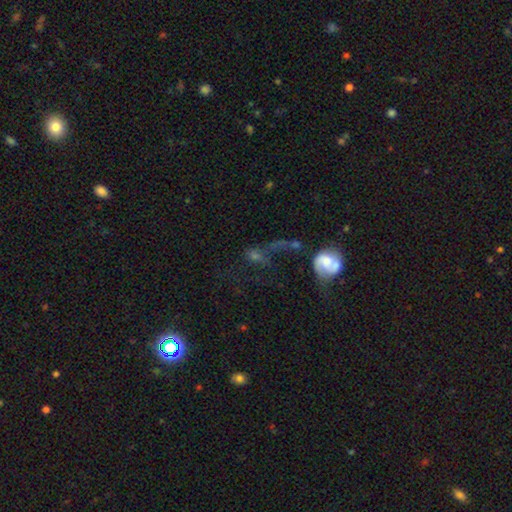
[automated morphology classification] Smooth or featured? featured or disk (38%)
Merging? major disturbance (35%)